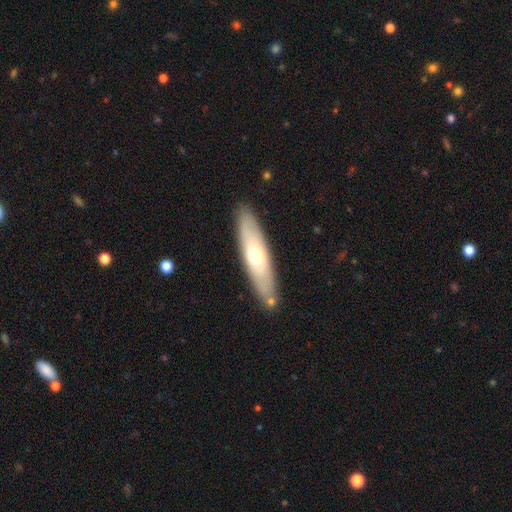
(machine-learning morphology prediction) type=smooth (49%); merging=none (84%).